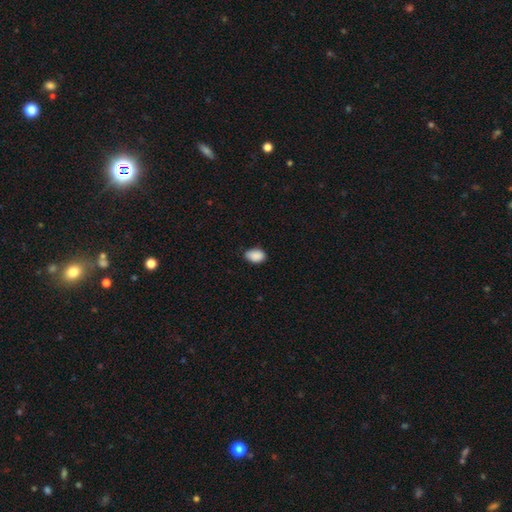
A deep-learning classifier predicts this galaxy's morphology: A smooth galaxy with no disk features (89%) that is in between round and cigar-shaped (88%).

Vote fractions:
- Smooth or featured? smooth: 89% / star or artifact: 7% / featured or disk: 3%
- How rounded? in between: 88% / round: 11% / cigar-shaped: 1%
- Merging? none: 74% / minor disturbance: 22% / major disturbance: 3% / merger: 1%